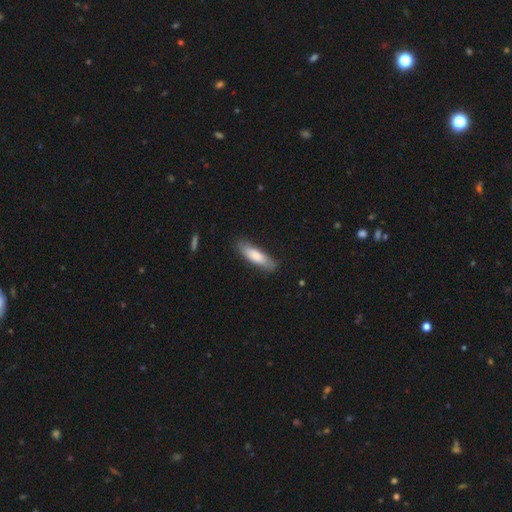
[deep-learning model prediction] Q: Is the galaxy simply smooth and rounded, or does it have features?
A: smooth — 78%.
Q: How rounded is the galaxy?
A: cigar-shaped — 59%.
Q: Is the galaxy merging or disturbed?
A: none — 81%.